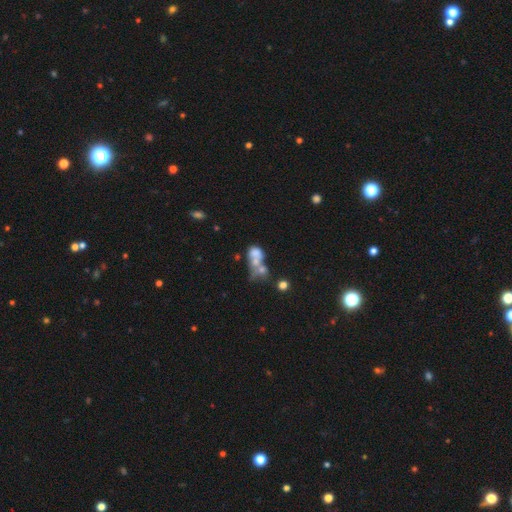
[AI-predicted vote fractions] A smooth galaxy with no disk features (53%) that is in between round and cigar-shaped (63%). Merging: merger (61%).